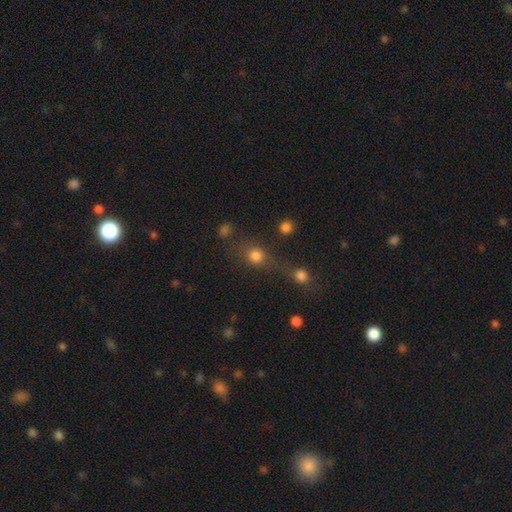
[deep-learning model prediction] smooth_or_featured: smooth (p=0.75) [alt: star or artifact p=0.16]
how_rounded: round (p=0.78) [alt: in between p=0.19]
merging: none (p=0.50) [alt: merger p=0.31]